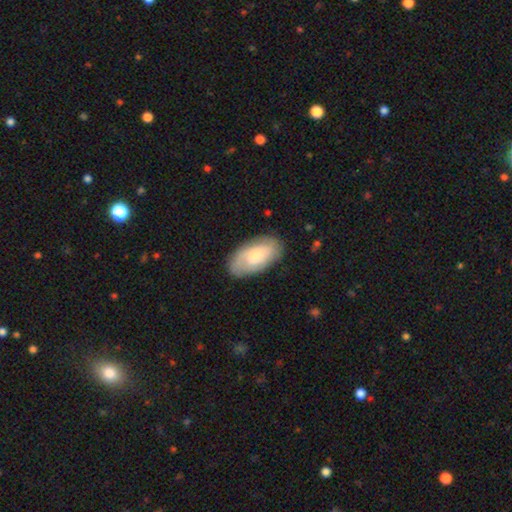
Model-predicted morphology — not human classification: This appears to be a smooth galaxy with no disk features (62%) that is in between round and cigar-shaped (94%). Merging: none (80%).